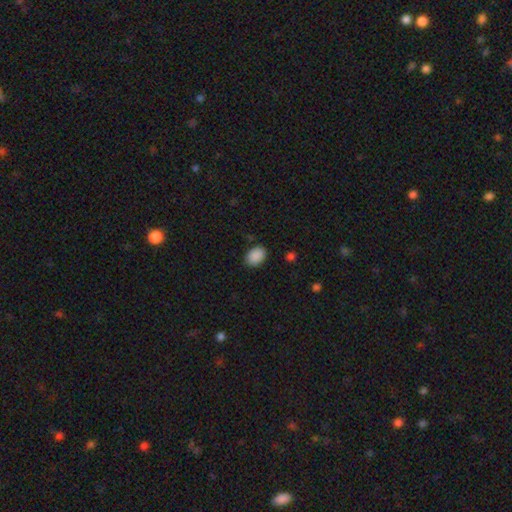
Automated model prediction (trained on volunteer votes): A smooth galaxy with no disk features (90%) that is in between round and cigar-shaped (76%). Merging: none (84%).